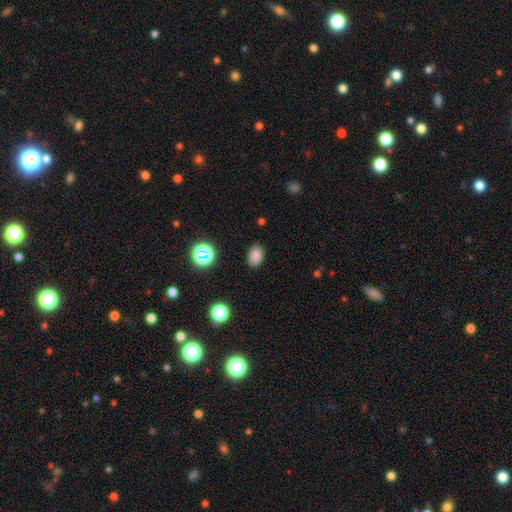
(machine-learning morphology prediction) Smooth or featured? Predicted: smooth (p=0.81). How rounded? Predicted: in between (p=0.81). Merging? Predicted: none (p=0.84).